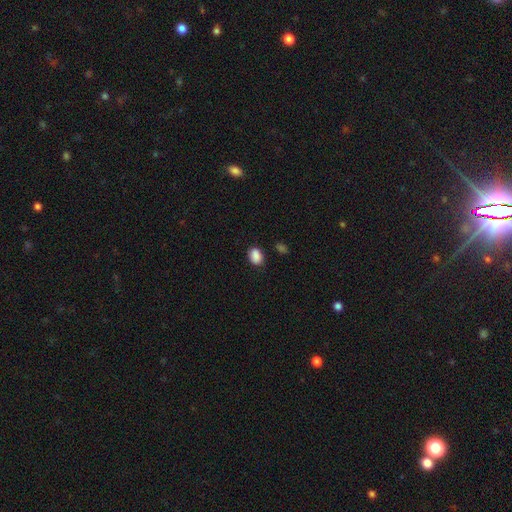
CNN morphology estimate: Smooth or featured?
  - smooth: 88% *
  - star or artifact: 9%
  - featured or disk: 4%
How rounded?
  - in between: 74% *
  - round: 25%
  - cigar-shaped: 1%
Merging?
  - none: 78% *
  - minor disturbance: 16%
  - major disturbance: 3%
  - merger: 3%